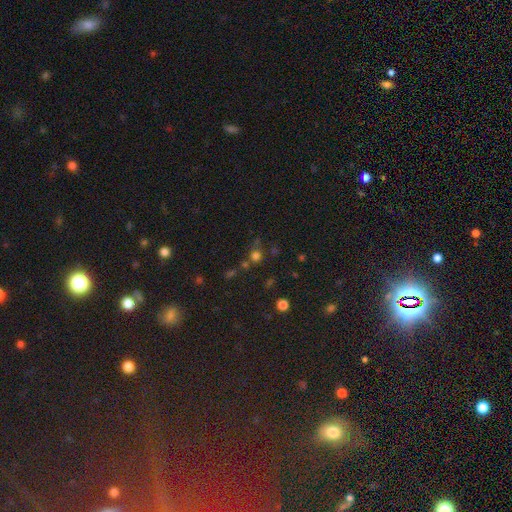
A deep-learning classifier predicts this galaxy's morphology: This is likely a smooth galaxy (65%). How rounded: clearly round (89%). Merging: likely none (64%).